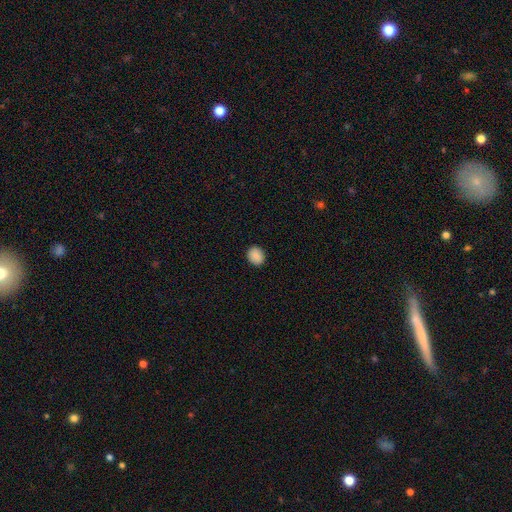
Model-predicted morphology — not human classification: Smooth or featured? smooth (89%)
How rounded? round (63%)
Merging? none (90%)